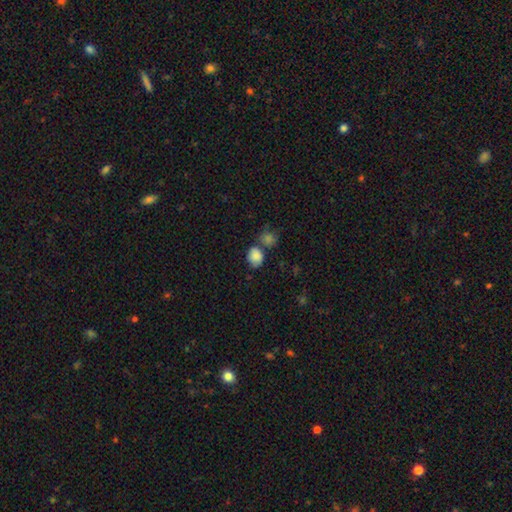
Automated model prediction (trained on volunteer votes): Smooth or featured? Predicted: smooth (p=0.86). How rounded? Predicted: round (p=0.51). Merging? Predicted: none (p=0.58).